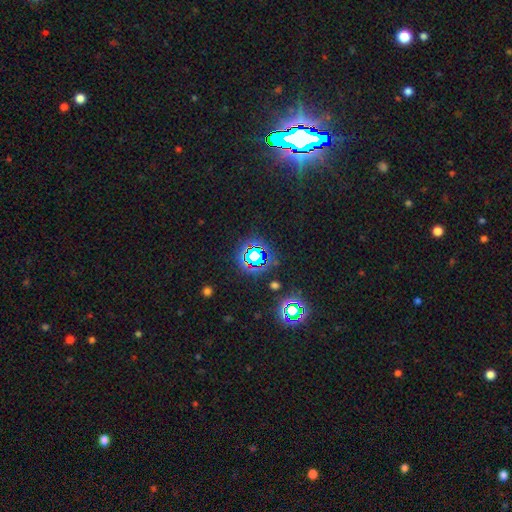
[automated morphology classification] smooth-or-featured: star or artifact: 74% | smooth: 17% | featured or disk: 9%